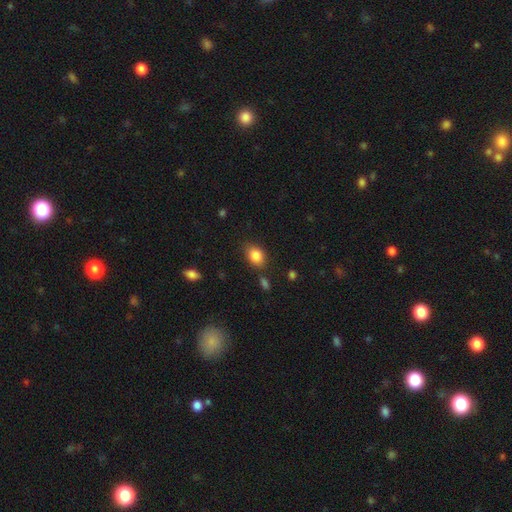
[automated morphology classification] Overall: smooth (86%). How rounded: in between (71%). Merging: none (75%).